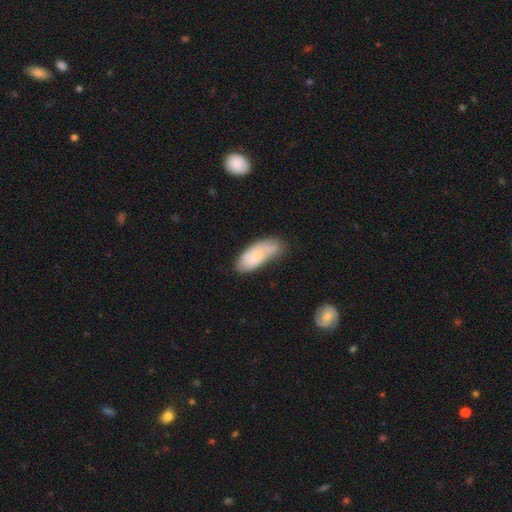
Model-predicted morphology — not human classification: Smooth or featured? Predicted: smooth (p=0.57). How rounded? Predicted: in between (p=0.83). Merging? Predicted: none (p=0.51).